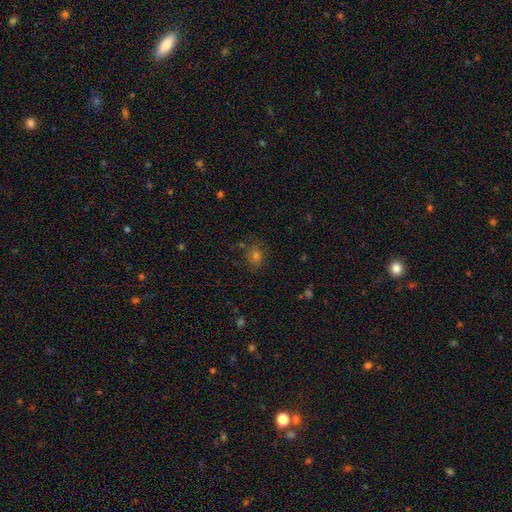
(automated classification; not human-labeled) Q: Smooth or featured?
A: smooth (63%); runner-up: star or artifact (27%)
Q: How rounded?
A: round (72%); runner-up: in between (26%)
Q: Merging?
A: none (81%); runner-up: minor disturbance (12%)